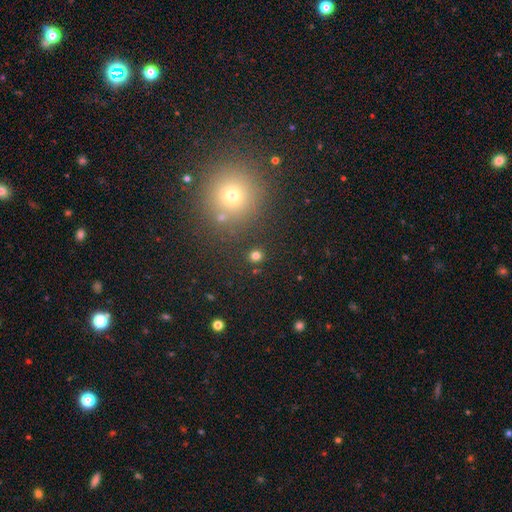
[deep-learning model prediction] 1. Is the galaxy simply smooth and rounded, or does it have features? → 78% smooth, 17% star or artifact, 5% featured or disk.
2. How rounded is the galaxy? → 86% round, 13% in between, 1% cigar-shaped.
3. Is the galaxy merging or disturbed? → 87% none, 6% minor disturbance, 4% merger, 3% major disturbance.